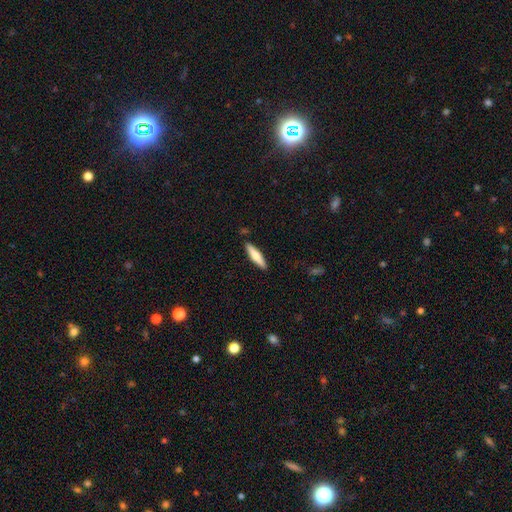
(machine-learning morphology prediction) Q: Smooth or featured?
A: smooth (66%); runner-up: featured or disk (29%)
Q: How rounded?
A: cigar-shaped (81%); runner-up: in between (18%)
Q: Merging?
A: none (89%); runner-up: minor disturbance (8%)